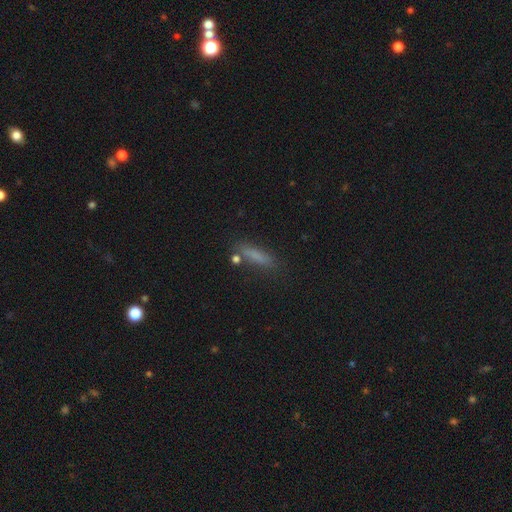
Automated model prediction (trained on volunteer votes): This is likely a smooth galaxy (76%). How rounded: likely cigar-shaped (79%). Merging: likely none (77%).